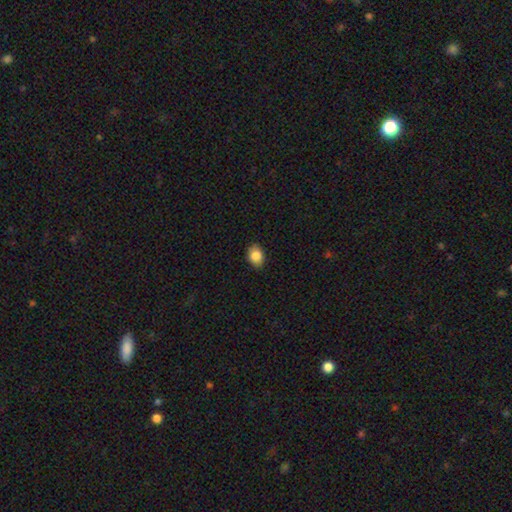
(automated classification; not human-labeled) smooth 86%, star or artifact 8%, featured or disk 6%. Down the decision tree: how rounded — in between (74%); merging — none (86%).